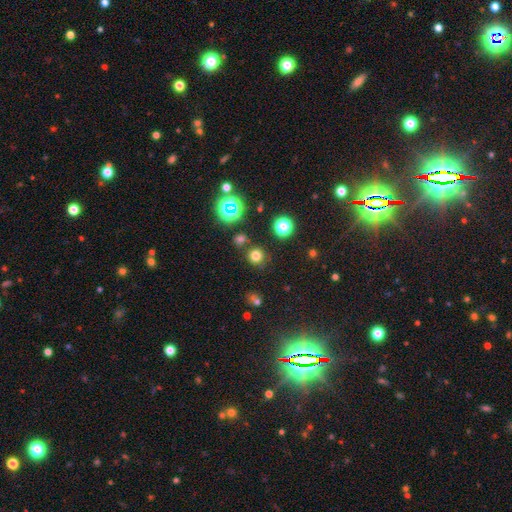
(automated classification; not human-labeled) Smooth or featured? Predicted: smooth (p=0.70). How rounded? Predicted: round (p=0.92). Merging? Predicted: none (p=0.81).